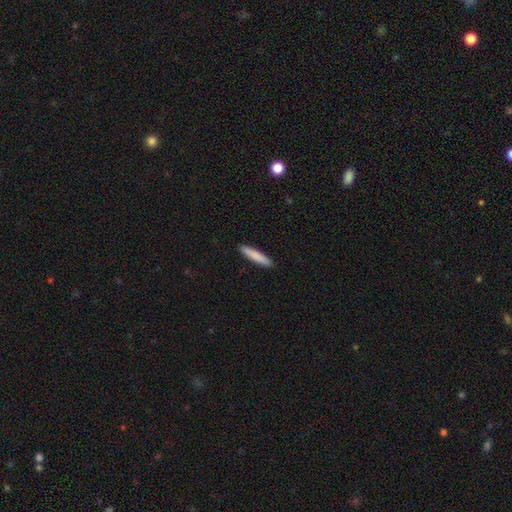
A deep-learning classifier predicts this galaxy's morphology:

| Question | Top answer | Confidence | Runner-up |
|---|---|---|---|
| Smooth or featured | smooth | 84% | featured or disk (11%) |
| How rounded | cigar-shaped | 90% | in between (9%) |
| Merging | none | 92% | minor disturbance (6%) |